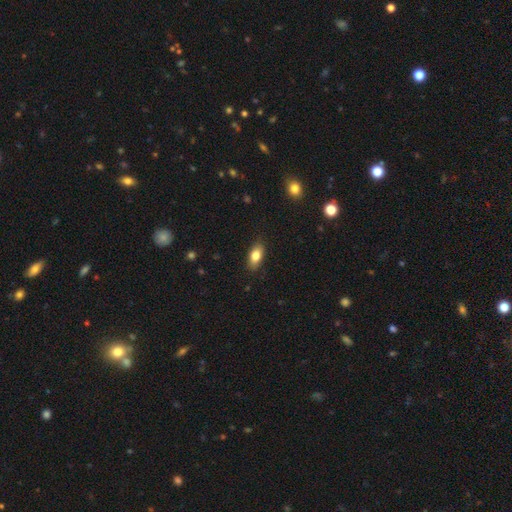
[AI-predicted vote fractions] Smooth or featured? Predicted: smooth (p=0.81). How rounded? Predicted: in between (p=0.87). Merging? Predicted: none (p=0.86).